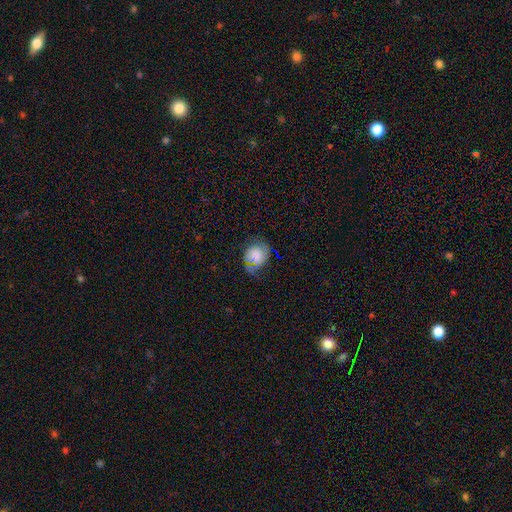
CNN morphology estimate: Q: Smooth or featured?
A: smooth (51%); runner-up: featured or disk (38%)
Q: How rounded?
A: in between (51%); runner-up: round (47%)
Q: Merging?
A: none (55%); runner-up: minor disturbance (29%)